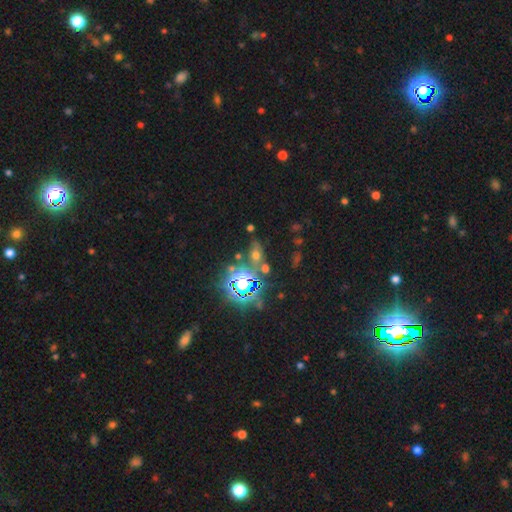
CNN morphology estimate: A star or artifact, not a galaxy (46%).

Vote fractions:
- Smooth or featured? star or artifact: 46% / smooth: 40% / featured or disk: 14%